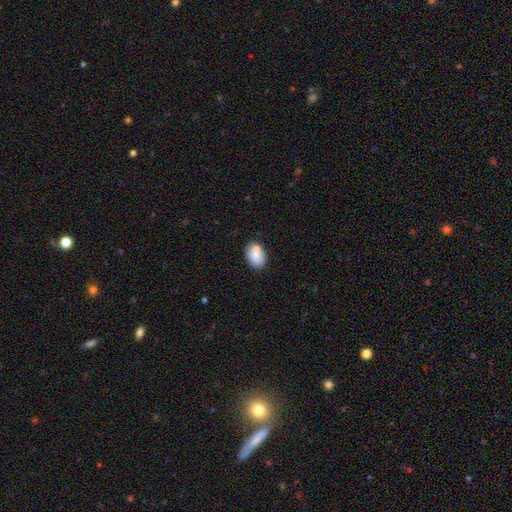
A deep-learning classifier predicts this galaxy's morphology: A smooth galaxy with no disk features (80%) that is in between round and cigar-shaped (84%).

Vote fractions:
- Smooth or featured? smooth: 80% / featured or disk: 13% / star or artifact: 7%
- How rounded? in between: 84% / round: 14% / cigar-shaped: 1%
- Merging? none: 65% / minor disturbance: 17% / merger: 15% / major disturbance: 4%